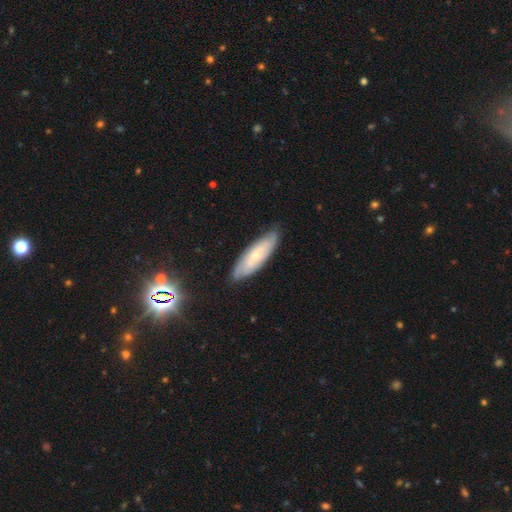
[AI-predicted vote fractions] smooth_or_featured: featured or disk (p=0.51) [alt: smooth p=0.42]
disk_edge_on: no (p=0.70) [alt: yes p=0.30]
merging: none (p=0.80) [alt: minor disturbance p=0.16]